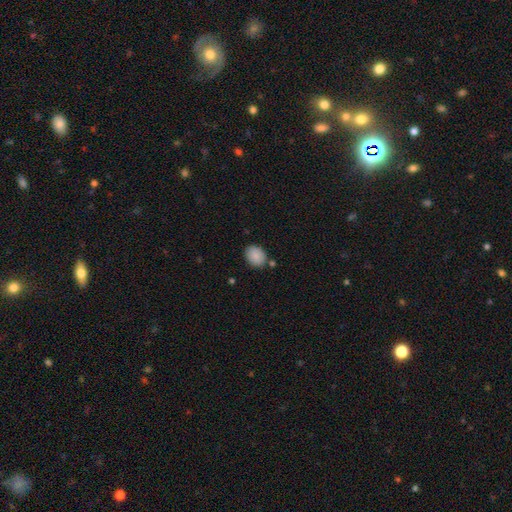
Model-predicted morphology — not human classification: Q: Smooth or featured?
A: smooth (88%); runner-up: star or artifact (7%)
Q: How rounded?
A: in between (57%); runner-up: round (42%)
Q: Merging?
A: none (78%); runner-up: minor disturbance (13%)